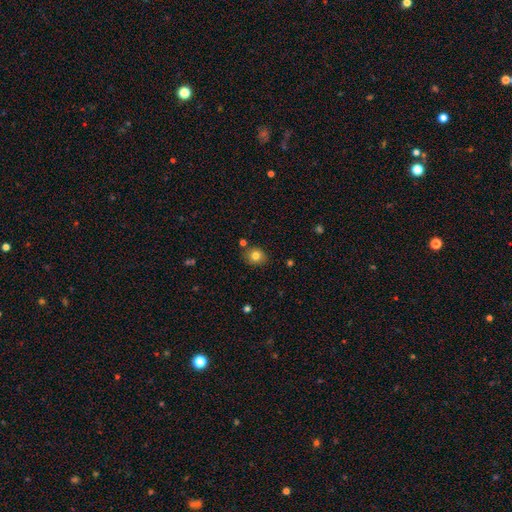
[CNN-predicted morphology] smooth 80%, star or artifact 11%, featured or disk 8%. Down the decision tree: how rounded — round (75%); merging — none (83%).